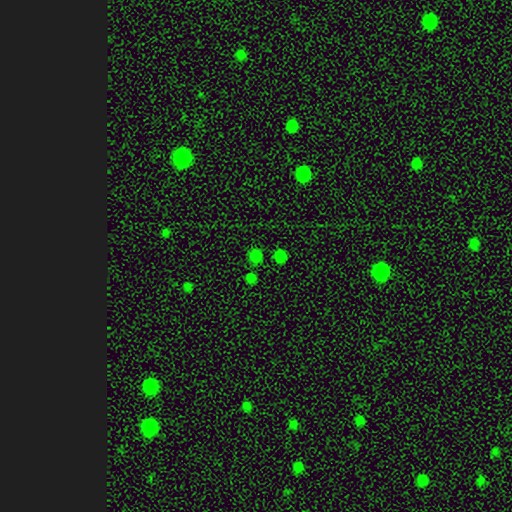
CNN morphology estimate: Smooth or featured? Predicted: smooth (p=0.52). How rounded? Predicted: round (p=0.81). Merging? Predicted: none (p=0.78).